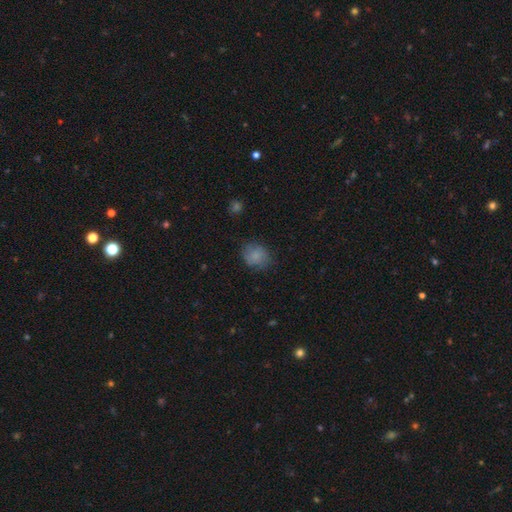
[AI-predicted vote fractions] A smooth galaxy with no disk features (80%) that is round (63%). Merging: none (71%).